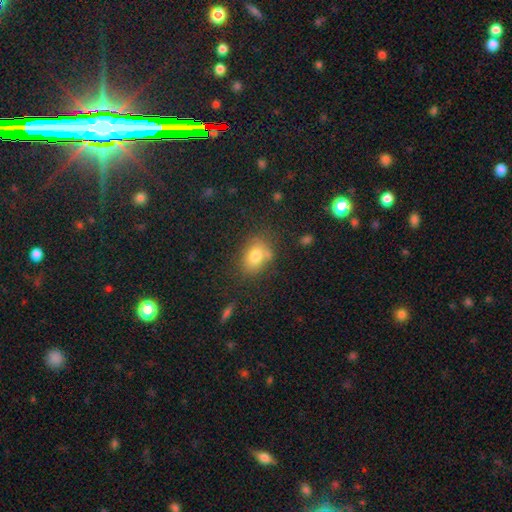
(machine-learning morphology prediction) A smooth galaxy with no disk features (78%) that is in between round and cigar-shaped (65%). Merging: none (68%).